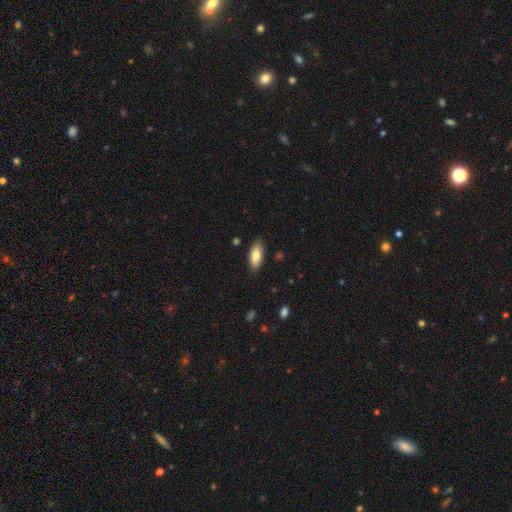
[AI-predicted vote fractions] Smooth or featured: smooth — 83% (featured or disk — 11%)
How rounded: in between — 82% (cigar-shaped — 16%)
Merging: none — 86% (minor disturbance — 10%)